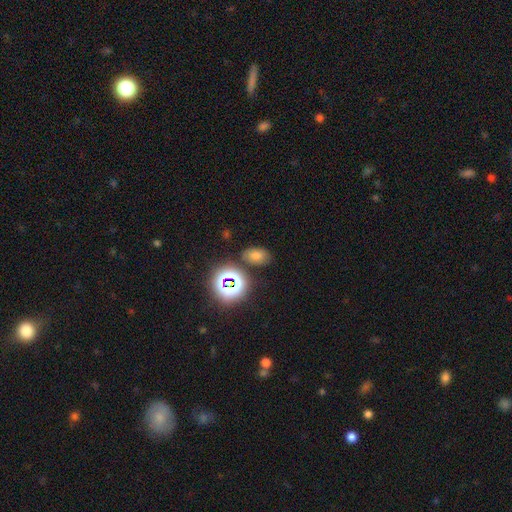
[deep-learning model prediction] The model was most divided on "smooth or featured": smooth: 61%, star or artifact: 28%, featured or disk: 11%. More confident: merging — none (79%); how rounded — in between (79%).